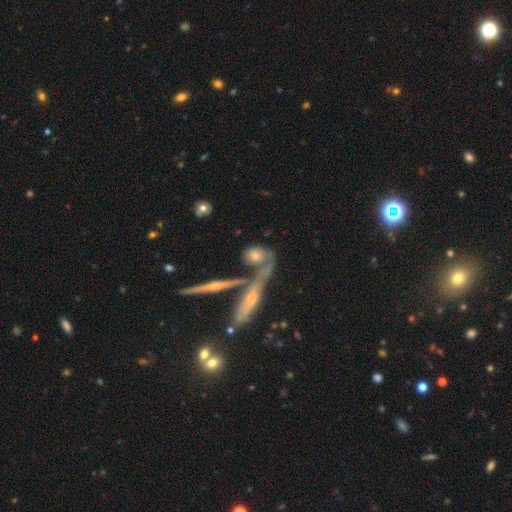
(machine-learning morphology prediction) Q: Smooth or featured?
A: smooth (57%); runner-up: featured or disk (34%)
Q: How rounded?
A: in between (46%); runner-up: round (32%)
Q: Merging?
A: merger (38%); tied with: none (38%)